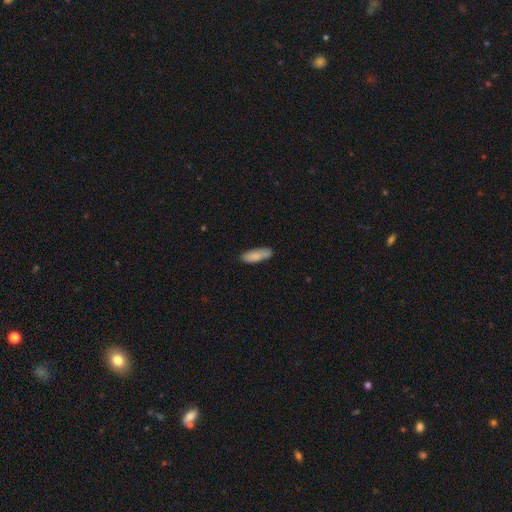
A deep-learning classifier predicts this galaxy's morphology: The model was most divided on "how rounded": in between: 55%, cigar-shaped: 43%, round: 2%. More confident: smooth or featured — smooth (83%); merging — none (77%).